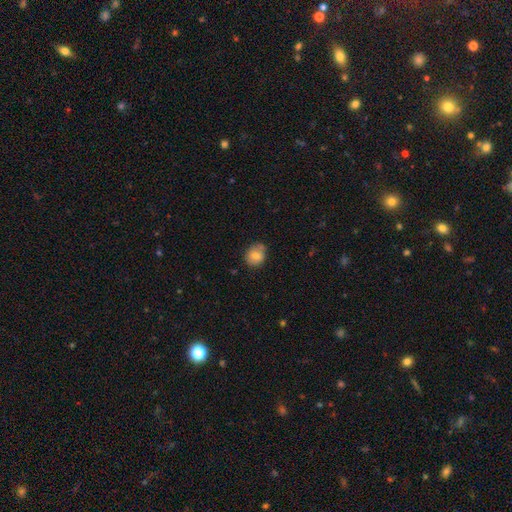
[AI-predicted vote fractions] Smooth or featured: smooth — 75% (featured or disk — 16%)
How rounded: round — 66% (in between — 34%)
Merging: none — 67% (minor disturbance — 22%)